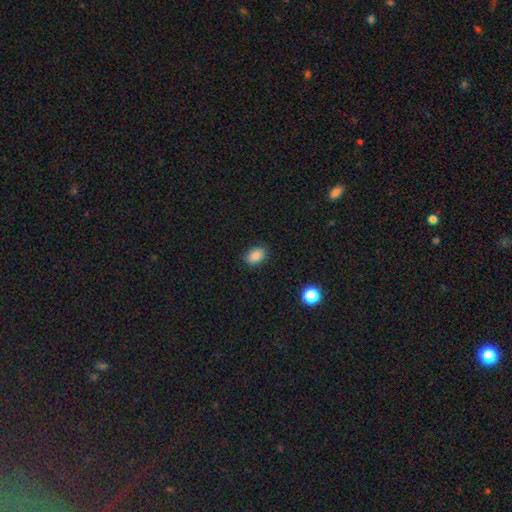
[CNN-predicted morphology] Smooth or featured? Predicted: smooth (p=0.87). How rounded? Predicted: in between (p=0.80). Merging? Predicted: none (p=0.84).